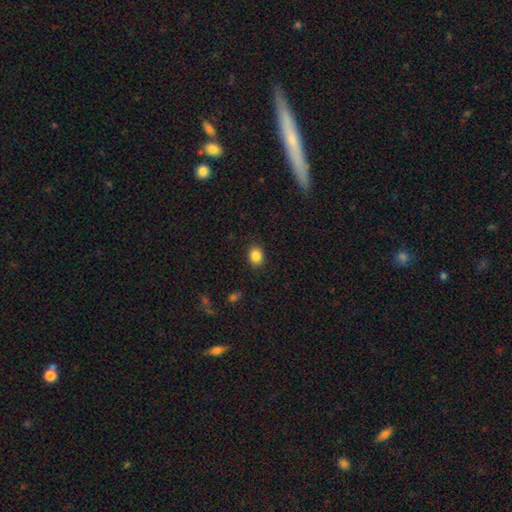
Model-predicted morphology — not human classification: type=smooth (87%); roundness=in between (50%); merging=none (88%).